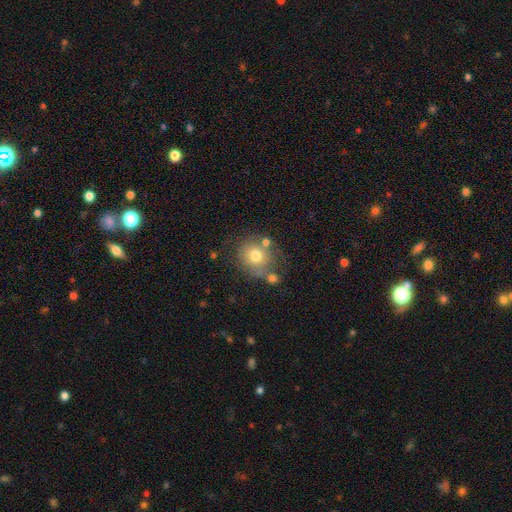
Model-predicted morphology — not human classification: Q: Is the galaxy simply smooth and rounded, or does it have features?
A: smooth — 70%.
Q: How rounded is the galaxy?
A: round — 82%.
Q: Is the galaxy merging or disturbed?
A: none — 61%.